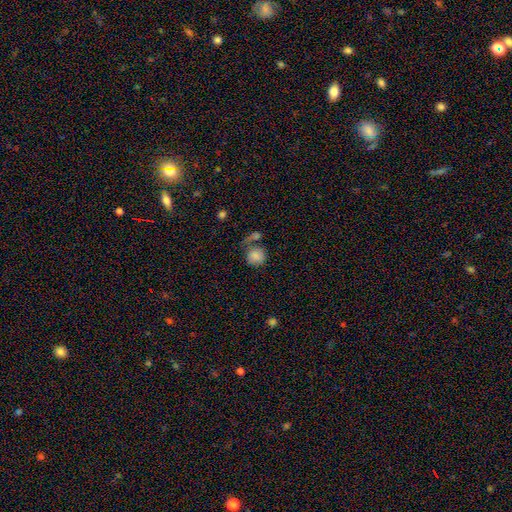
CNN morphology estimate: Overall: smooth (82%). How rounded: round (85%). Merging: none (47%; merger 25%).